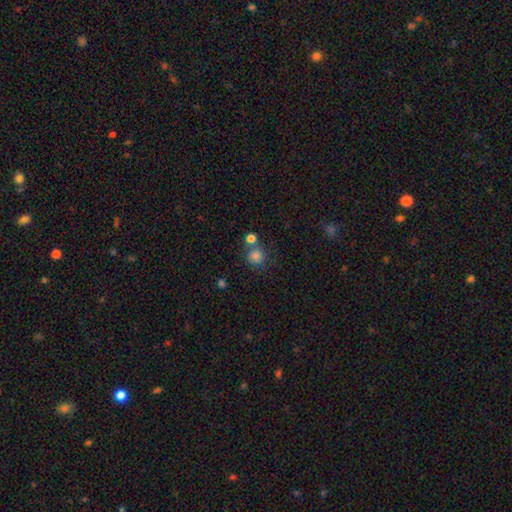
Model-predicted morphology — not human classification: type=smooth (82%); roundness=round (90%); merging=none (65%).